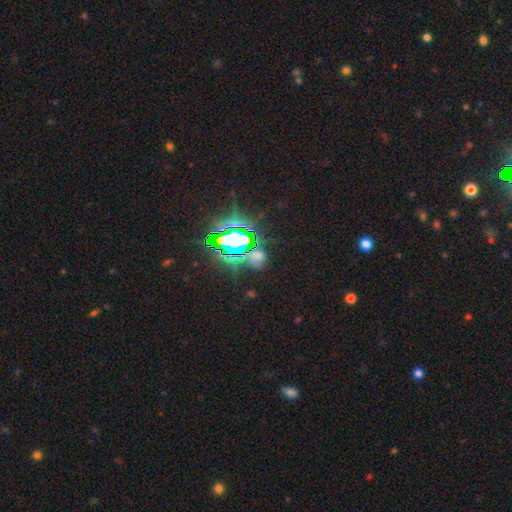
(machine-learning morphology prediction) Smooth or featured: star or artifact — 72% (smooth — 19%)